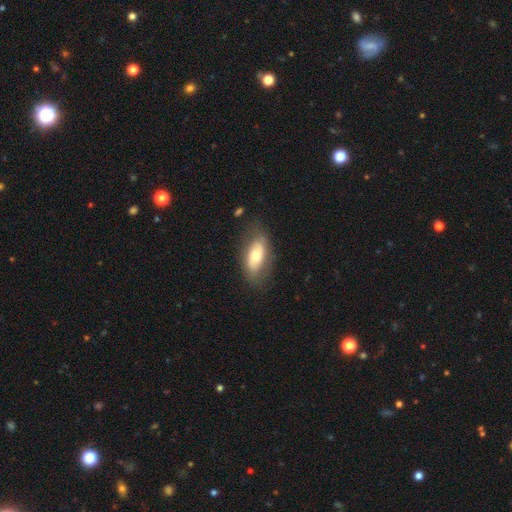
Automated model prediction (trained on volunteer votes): Smooth or featured?
  - smooth: 60% *
  - featured or disk: 34%
  - star or artifact: 6%
How rounded?
  - in between: 87% *
  - cigar-shaped: 9%
  - round: 4%
Merging?
  - none: 71% *
  - minor disturbance: 20%
  - major disturbance: 7%
  - merger: 2%